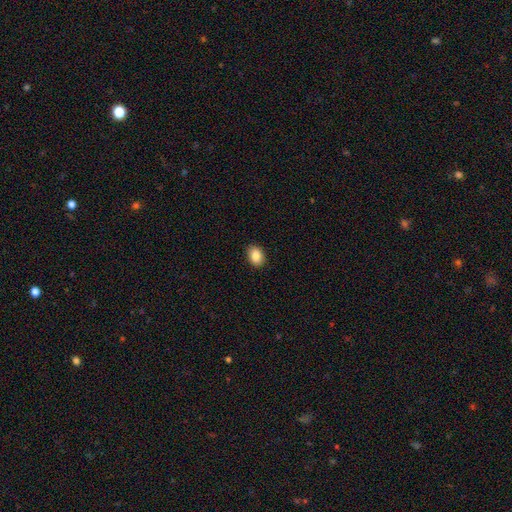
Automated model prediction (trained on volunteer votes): This is clearly a smooth galaxy (87%). How rounded: likely in between (77%). Merging: clearly none (89%).